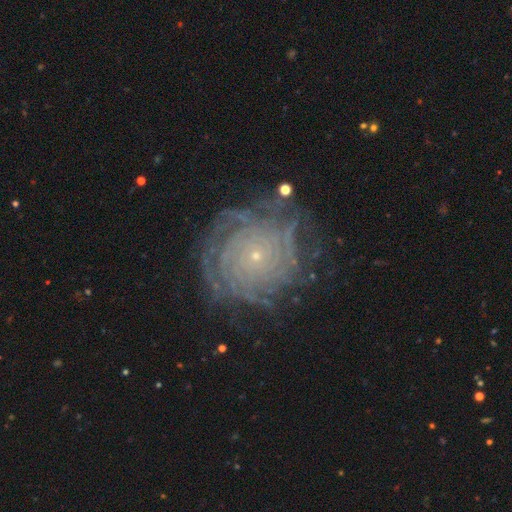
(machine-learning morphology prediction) This is likely a featured or disk galaxy (79%). It is clearly not viewed edge-on (97%). Bar: clearly no (86%). Spiral arm pattern: clearly yes (92%). Spiral arm count: marginally can't tell (35%). Spiral winding: clearly tight (83%). Central bulge: clearly small (89%). Merging: likely none (75%).